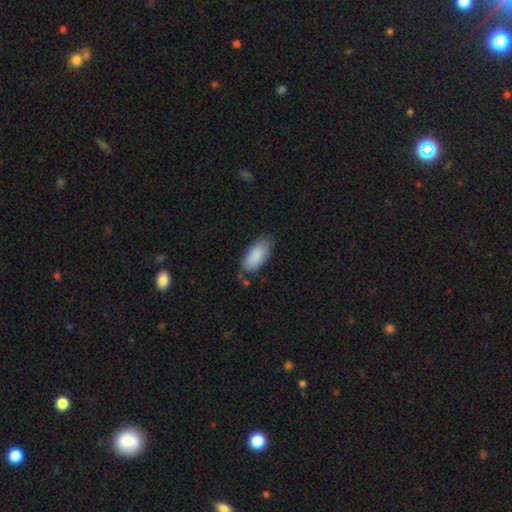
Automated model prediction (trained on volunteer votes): A smooth galaxy with no disk features (88%) that is in between round and cigar-shaped (91%). Merging: none (74%).